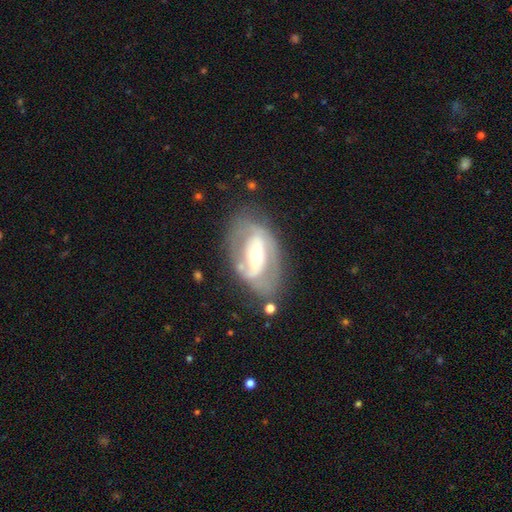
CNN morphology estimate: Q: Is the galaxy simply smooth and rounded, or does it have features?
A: featured or disk — 77%.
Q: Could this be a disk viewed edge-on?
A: no — 93%.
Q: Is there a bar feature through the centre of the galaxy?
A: strong — 51%.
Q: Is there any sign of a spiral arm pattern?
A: yes — 67%.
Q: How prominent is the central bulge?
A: moderate — 61%.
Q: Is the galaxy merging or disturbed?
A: none — 70%.